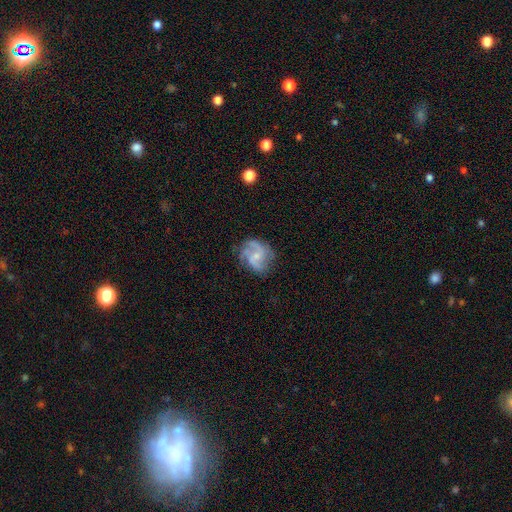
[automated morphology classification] Smooth or featured?
  - featured or disk: 82% *
  - smooth: 12%
  - star or artifact: 6%
Edge-on disk?
  - no: 98% *
  - yes: 2%
Bar?
  - no: 52% *
  - weak: 41%
  - strong: 7%
Spiral arms?
  - yes: 96% *
  - no: 4%
Spiral winding?
  - medium: 51% *
  - loose: 30%
  - tight: 19%
Spiral arm count?
  - 2: 51% *
  - 3: 26%
  - can't tell: 11%
  - 4: 4%
  - 1: 4%
  - more than 4: 4%
Bulge size?
  - small: 63% *
  - moderate: 25%
  - none: 9%
  - large: 1%
  - dominant: 1%
Merging?
  - none: 70% *
  - minor disturbance: 19%
  - major disturbance: 9%
  - merger: 1%